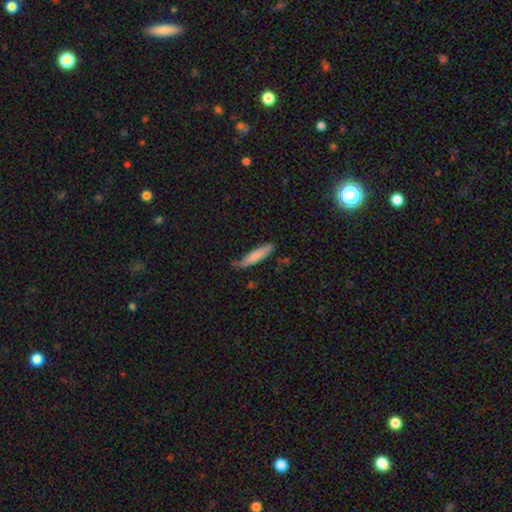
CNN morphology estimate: Smooth or featured? smooth (78%)
How rounded? cigar-shaped (84%)
Merging? none (67%)